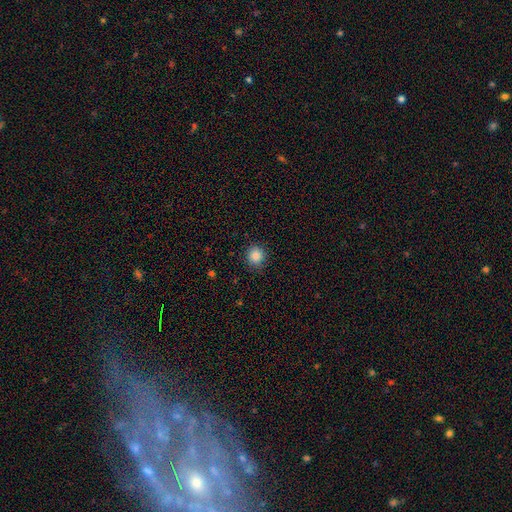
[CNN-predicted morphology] Smooth or featured? smooth (86%)
How rounded? round (87%)
Merging? none (88%)